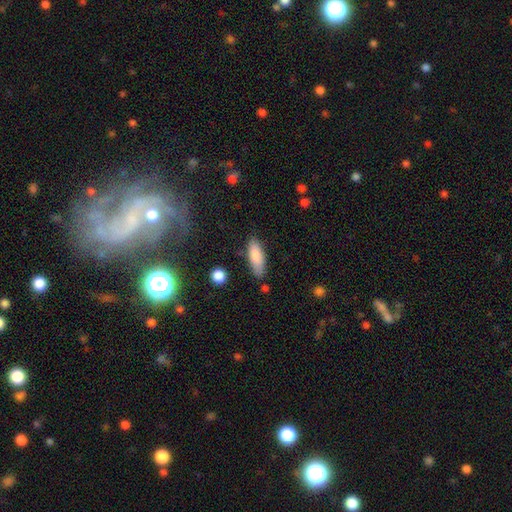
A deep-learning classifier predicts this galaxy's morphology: smooth_or_featured: smooth (p=0.84) [alt: featured or disk p=0.10]
how_rounded: in between (p=0.64) [alt: cigar-shaped p=0.34]
merging: none (p=0.77) [alt: minor disturbance p=0.16]